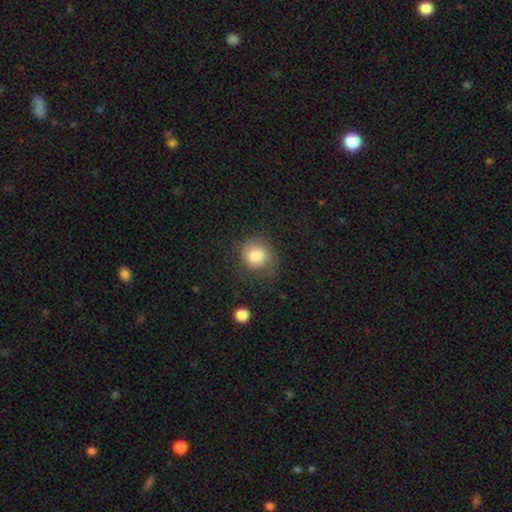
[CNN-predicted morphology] The model was most divided on "merging": none: 65%, minor disturbance: 21%, major disturbance: 12%, merger: 2%. More confident: how rounded — round (86%); smooth or featured — smooth (82%).